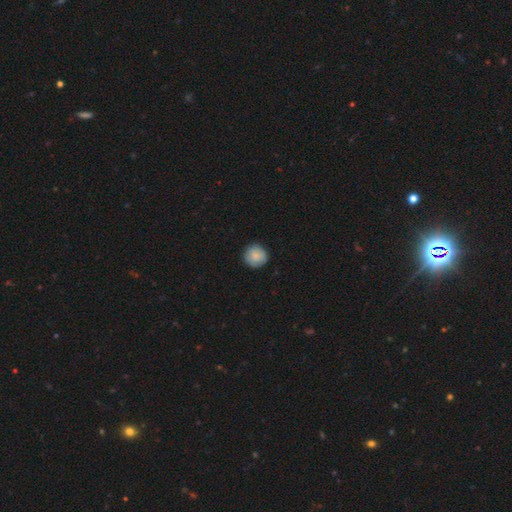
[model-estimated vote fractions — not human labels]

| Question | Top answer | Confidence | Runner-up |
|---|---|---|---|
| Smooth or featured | smooth | 85% | featured or disk (8%) |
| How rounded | round | 94% | in between (5%) |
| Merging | none | 88% | minor disturbance (10%) |